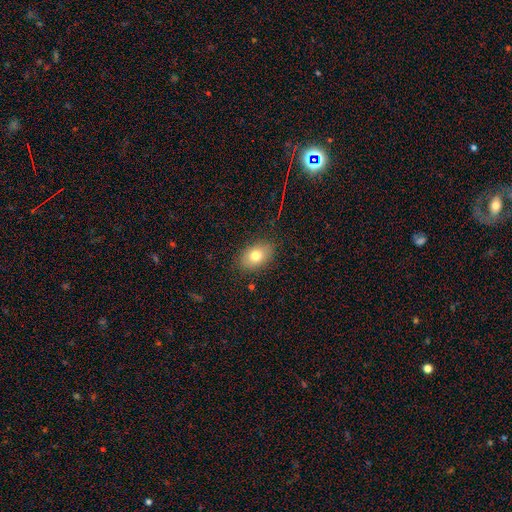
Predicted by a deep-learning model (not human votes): Q: Smooth or featured?
A: smooth (76%); runner-up: featured or disk (14%)
Q: How rounded?
A: in between (83%); runner-up: round (16%)
Q: Merging?
A: none (86%); runner-up: minor disturbance (10%)